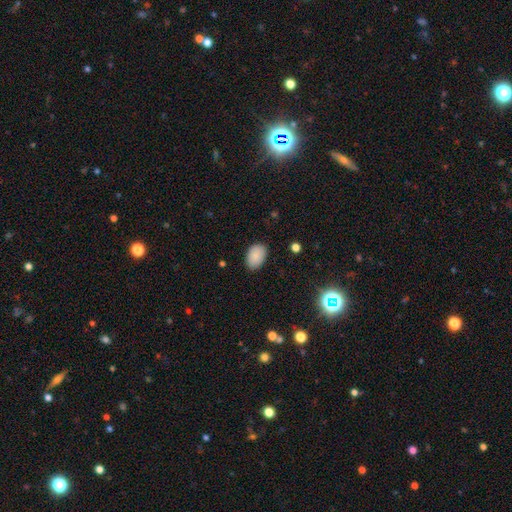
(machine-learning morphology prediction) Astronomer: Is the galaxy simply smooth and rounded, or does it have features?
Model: smooth — 87%.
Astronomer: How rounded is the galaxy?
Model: in between — 87%.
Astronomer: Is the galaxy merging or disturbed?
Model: none — 84%.